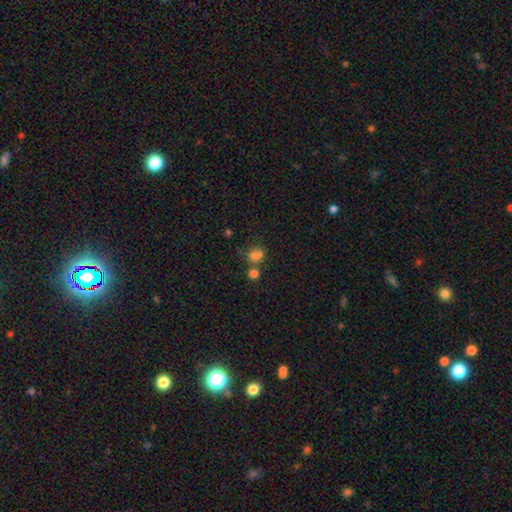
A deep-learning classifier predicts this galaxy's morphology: Smooth or featured? Predicted: smooth (p=0.72). How rounded? Predicted: round (p=0.51). Merging? Predicted: none (p=0.50).